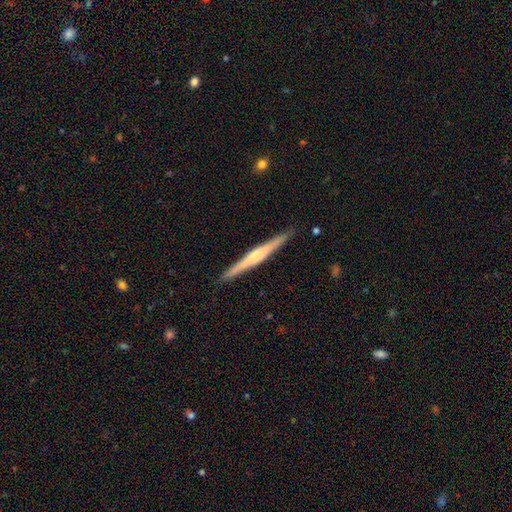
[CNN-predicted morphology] Overall: featured or disk (67%). Edge-on disk: yes (98%). Edge-on bulge: rounded (58%; none 21%). Merging: none (91%).